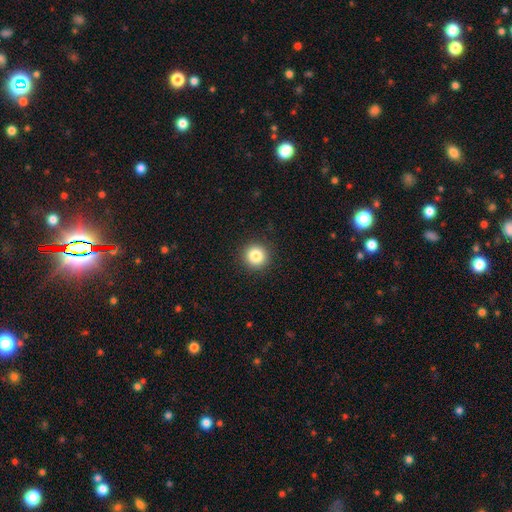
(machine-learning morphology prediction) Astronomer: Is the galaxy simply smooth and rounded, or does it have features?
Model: smooth — 85%.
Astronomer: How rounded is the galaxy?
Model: round — 94%.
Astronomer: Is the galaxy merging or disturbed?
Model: none — 92%.